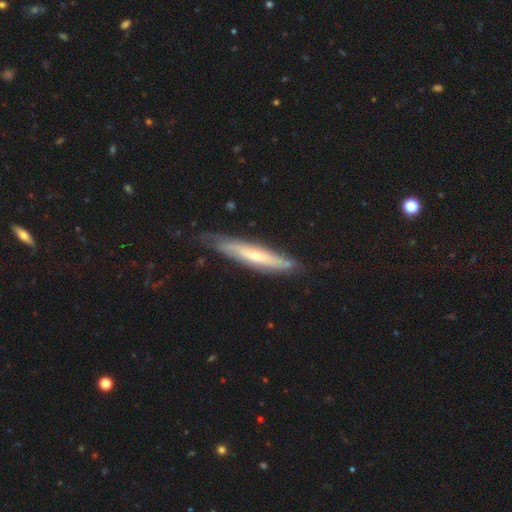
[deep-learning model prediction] Q: Smooth or featured?
A: featured or disk (63%); runner-up: smooth (32%)
Q: Edge-on disk?
A: yes (65%); runner-up: no (35%)
Q: Merging?
A: none (68%); runner-up: minor disturbance (24%)